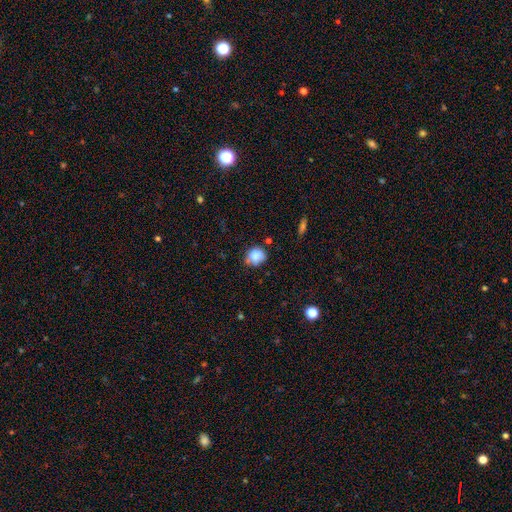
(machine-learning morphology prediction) This appears to be a smooth galaxy with no disk features (82%) that is round (71%). Merging: none (58%).